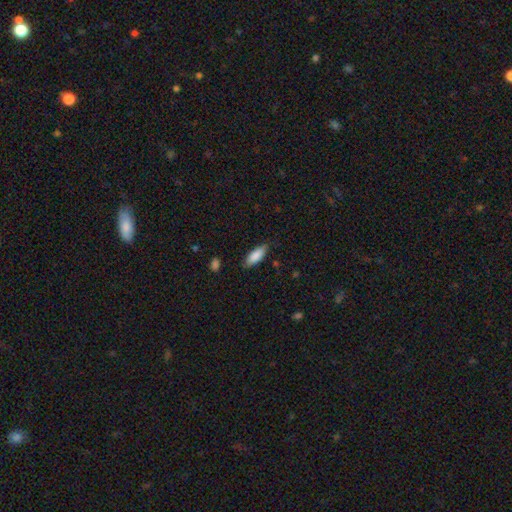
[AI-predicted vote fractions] Smooth or featured?
  - smooth: 87% *
  - featured or disk: 7%
  - star or artifact: 6%
How rounded?
  - in between: 70% *
  - cigar-shaped: 28%
  - round: 2%
Merging?
  - none: 80% *
  - minor disturbance: 16%
  - major disturbance: 3%
  - merger: 1%